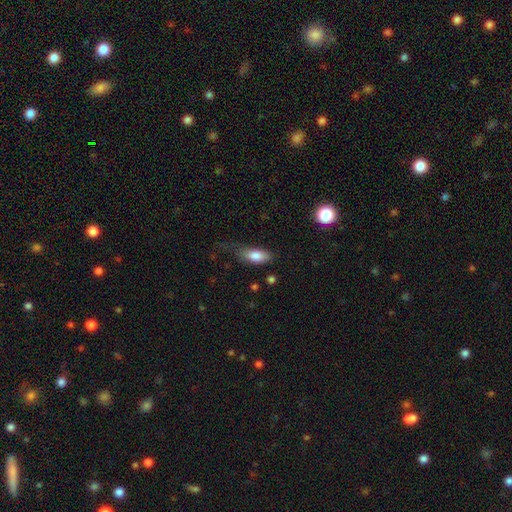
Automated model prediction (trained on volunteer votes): Overall: smooth (81%). How rounded: in between (84%). Merging: none (49%; minor disturbance 31%).